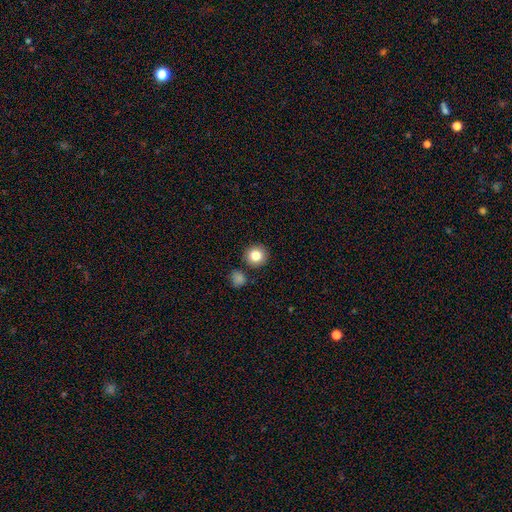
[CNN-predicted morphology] smooth_or_featured: smooth (p=0.83) [alt: star or artifact p=0.10]
how_rounded: round (p=0.93) [alt: in between p=0.06]
merging: none (p=0.86) [alt: minor disturbance p=0.07]